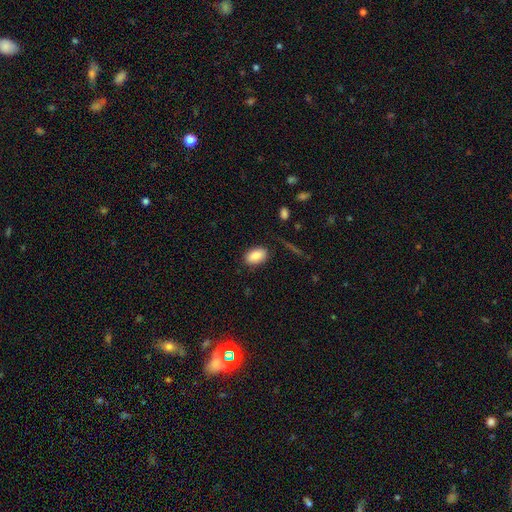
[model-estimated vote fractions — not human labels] Smooth or featured? Predicted: smooth (p=0.85). How rounded? Predicted: in between (p=0.89). Merging? Predicted: none (p=0.84).